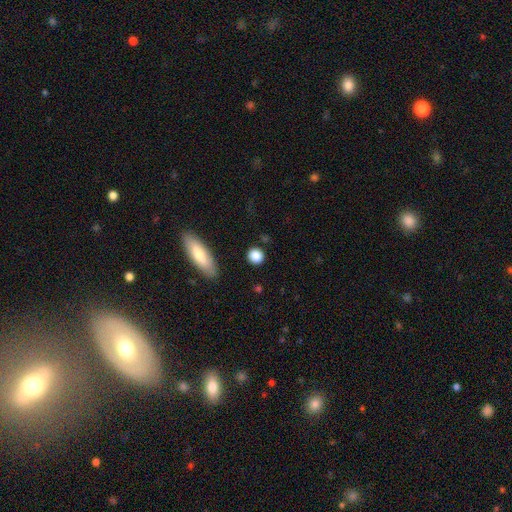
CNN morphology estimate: smooth_or_featured: smooth (p=0.86) [alt: star or artifact p=0.08]
how_rounded: round (p=0.83) [alt: in between p=0.14]
merging: none (p=0.86) [alt: minor disturbance p=0.09]